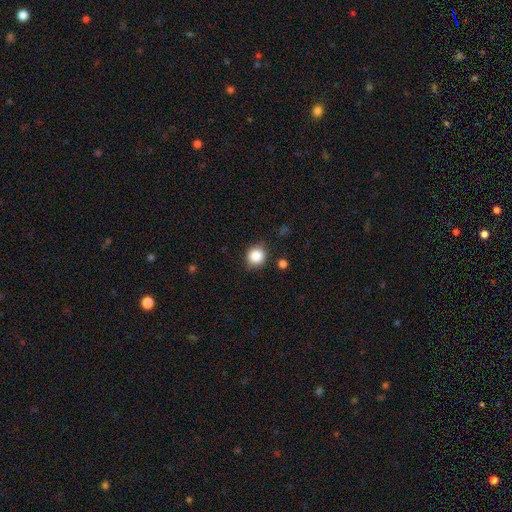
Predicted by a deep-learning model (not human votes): This is clearly a smooth galaxy (86%). How rounded: clearly round (86%). Merging: clearly none (83%).